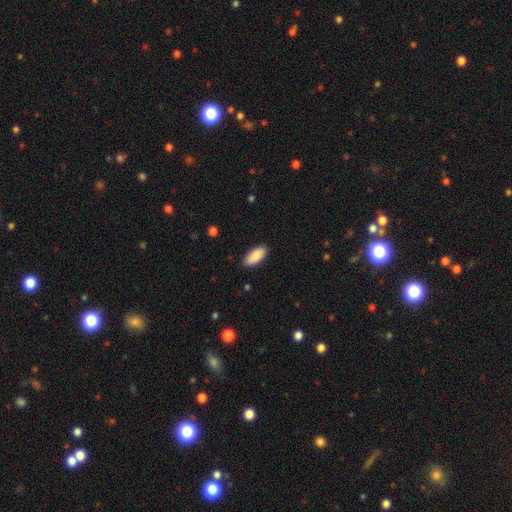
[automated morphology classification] type=smooth (89%); roundness=in between (87%); merging=none (86%).